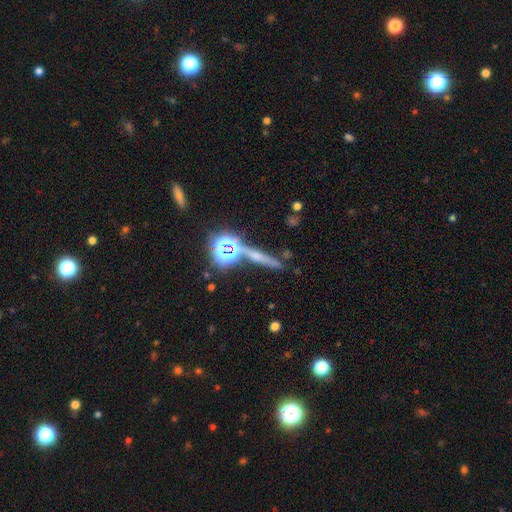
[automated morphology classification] smooth_or_featured: featured or disk (p=0.38) [alt: star or artifact p=0.37]
merging: none (p=0.76) [alt: minor disturbance p=0.10]